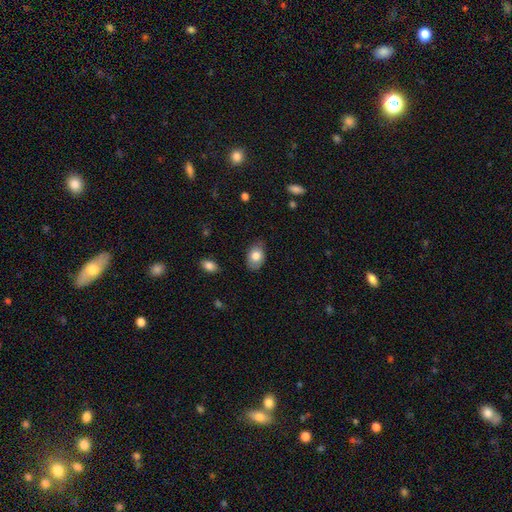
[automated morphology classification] This appears to be a smooth galaxy with no disk features (79%) that is in between round and cigar-shaped (85%). Merging: none (78%).